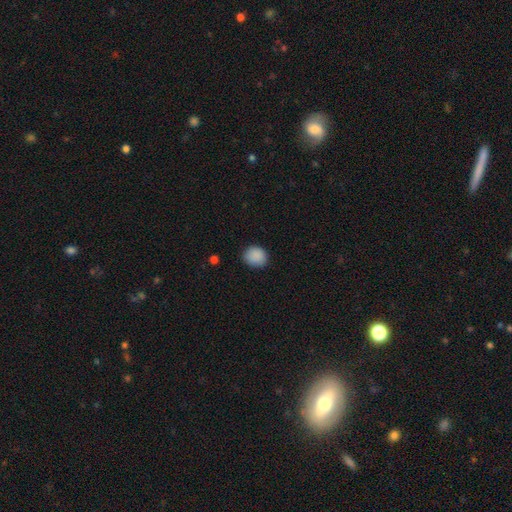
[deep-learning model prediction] A smooth galaxy with no disk features (88%) that is round (70%).

Vote fractions:
- Smooth or featured? smooth: 88% / star or artifact: 9% / featured or disk: 3%
- How rounded? round: 70% / in between: 29% / cigar-shaped: 1%
- Merging? none: 83% / minor disturbance: 14% / major disturbance: 3% / merger: 1%